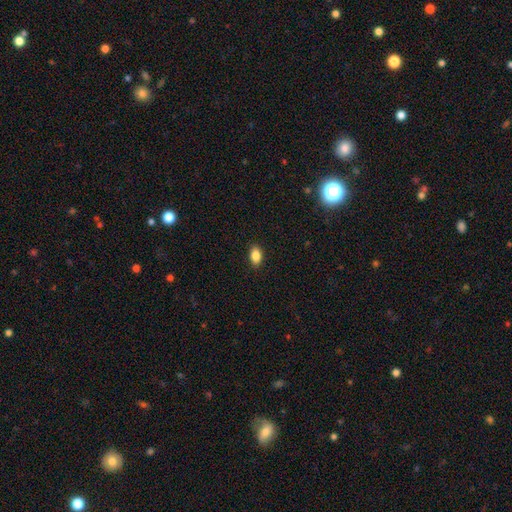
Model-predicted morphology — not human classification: smooth 86%, star or artifact 9%, featured or disk 5%. Down the decision tree: how rounded — in between (88%); merging — none (89%).